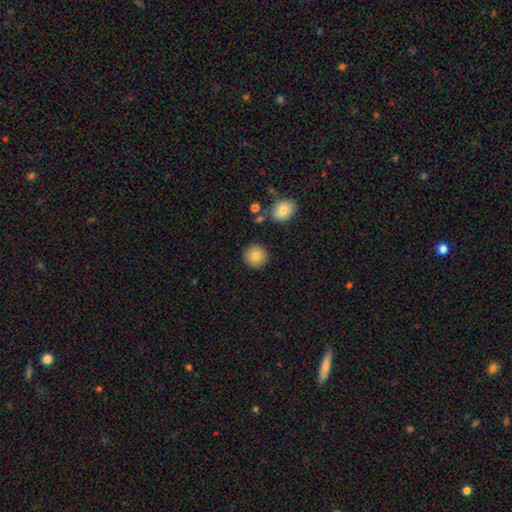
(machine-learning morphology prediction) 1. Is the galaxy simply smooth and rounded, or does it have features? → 84% smooth, 9% star or artifact, 7% featured or disk.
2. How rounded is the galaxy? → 94% round, 5% in between, 1% cigar-shaped.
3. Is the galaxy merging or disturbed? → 89% none, 6% minor disturbance, 3% merger, 2% major disturbance.